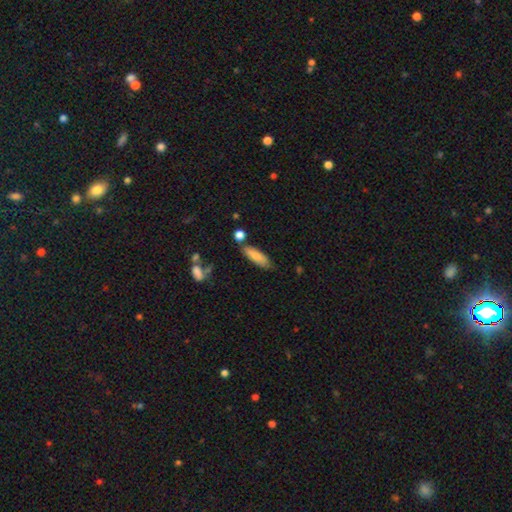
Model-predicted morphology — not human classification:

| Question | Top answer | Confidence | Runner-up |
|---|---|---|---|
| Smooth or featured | smooth | 81% | featured or disk (12%) |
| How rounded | in between | 50% | cigar-shaped (48%) |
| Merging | none | 73% | minor disturbance (16%) |